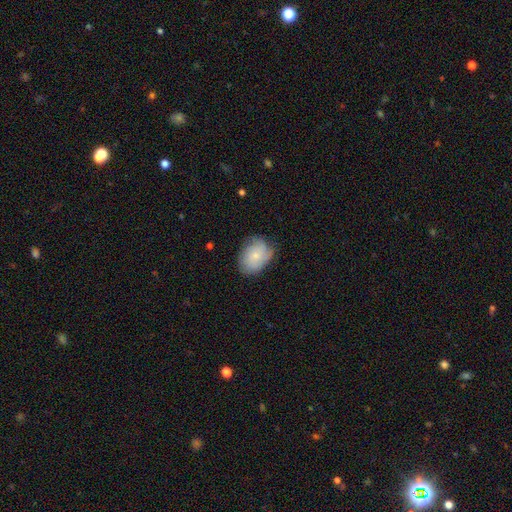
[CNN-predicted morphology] smooth-or-featured: smooth: 55% | featured or disk: 38% | star or artifact: 8%
  how-rounded: in between: 68% | round: 31% | cigar-shaped: 1%
  merging: none: 65% | minor disturbance: 26% | major disturbance: 8% | merger: 1%